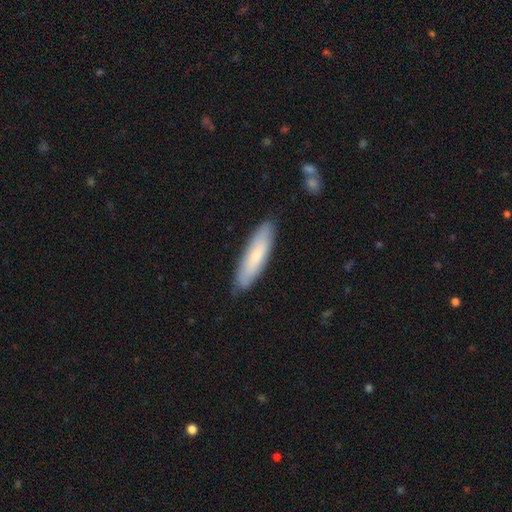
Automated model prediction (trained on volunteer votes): The model was most divided on "smooth or featured": smooth: 69%, featured or disk: 26%, star or artifact: 6%. More confident: merging — none (85%); how rounded — cigar-shaped (72%).